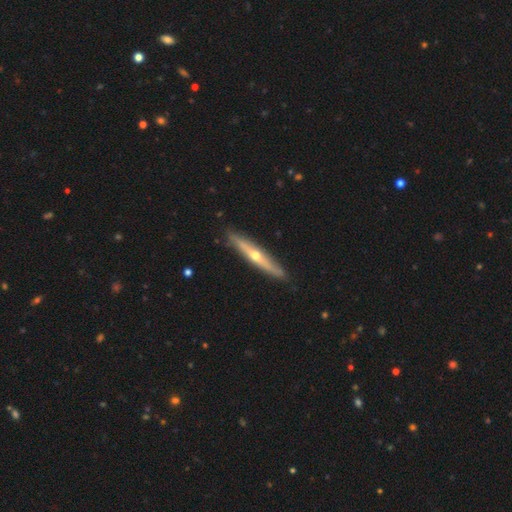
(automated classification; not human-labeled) A featured or disk galaxy (68%) viewed edge-on (91%) with a rounded central bulge (86%).

Vote fractions:
- Smooth or featured? featured or disk: 68% / smooth: 27% / star or artifact: 6%
- Edge-on disk? yes: 91% / no: 9%
- Edge-on bulge? rounded: 86% / none: 12% / boxy: 2%
- Merging? none: 88% / minor disturbance: 9% / major disturbance: 2% / merger: 1%